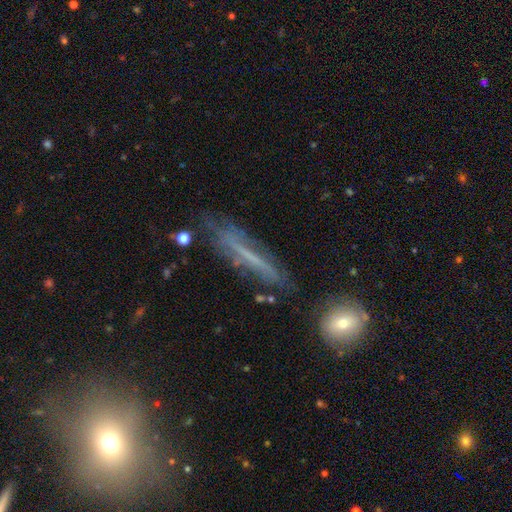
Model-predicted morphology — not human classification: Smooth or featured?
  - featured or disk: 49% *
  - smooth: 38%
  - star or artifact: 13%
Merging?
  - none: 68% *
  - minor disturbance: 21%
  - major disturbance: 8%
  - merger: 4%